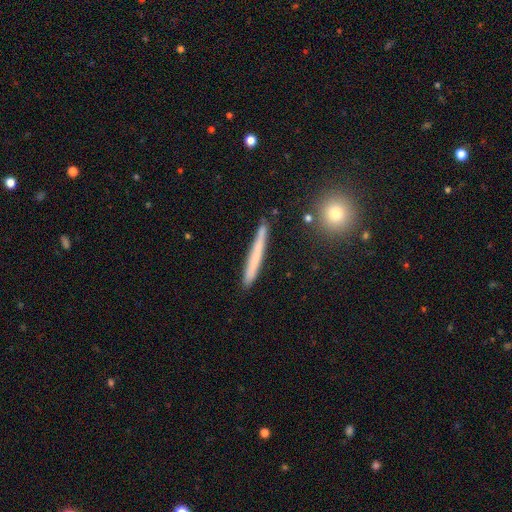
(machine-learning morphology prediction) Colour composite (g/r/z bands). It shows a smooth galaxy with no disk features (59%) that is cigar-shaped (97%). Merging: none (88%).